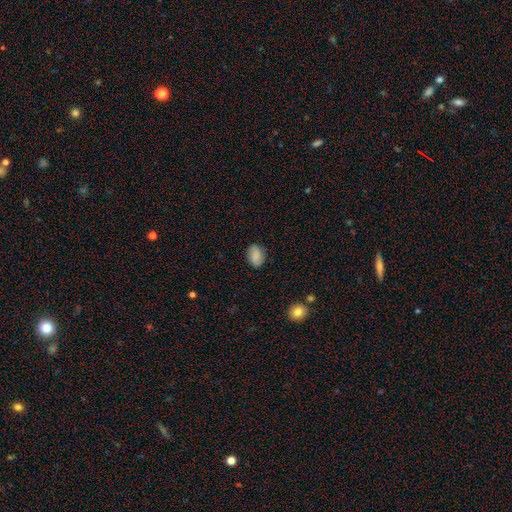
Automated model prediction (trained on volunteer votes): smooth-or-featured: smooth: 83% | featured or disk: 10% | star or artifact: 8%
  how-rounded: in between: 80% | round: 19% | cigar-shaped: 1%
  merging: none: 82% | minor disturbance: 14% | major disturbance: 3% | merger: 1%